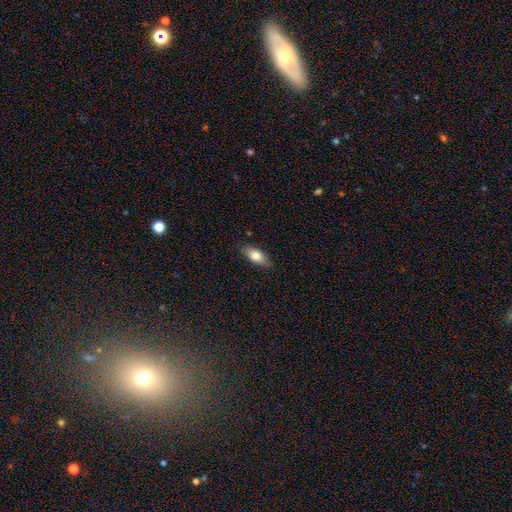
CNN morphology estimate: A smooth galaxy with no disk features (78%) that is in between round and cigar-shaped (80%).

Vote fractions:
- Smooth or featured? smooth: 78% / featured or disk: 16% / star or artifact: 7%
- How rounded? in between: 80% / cigar-shaped: 17% / round: 3%
- Merging? none: 85% / minor disturbance: 12% / major disturbance: 2% / merger: 1%